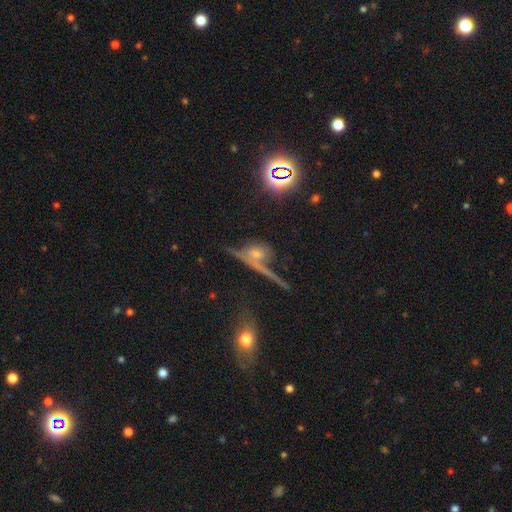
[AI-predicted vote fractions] A featured or disk galaxy (44%).

Vote fractions:
- Smooth or featured? featured or disk: 44% / smooth: 35% / star or artifact: 22%
- Merging? none: 46% / merger: 23% / minor disturbance: 18% / major disturbance: 13%